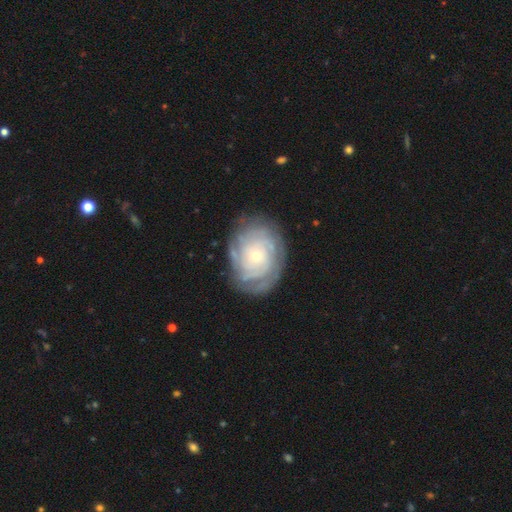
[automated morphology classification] Smooth or featured? featured or disk (81%)
Edge-on disk? no (97%)
Bar? no (83%)
Spiral arms? yes (93%)
Spiral winding? tight (80%)
Spiral arm count? can't tell (41%)
Bulge size? small (72%)
Merging? none (78%)